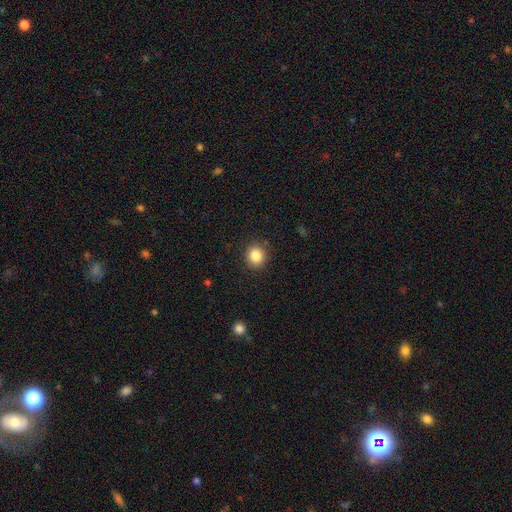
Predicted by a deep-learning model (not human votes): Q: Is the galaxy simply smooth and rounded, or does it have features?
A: smooth — 85%.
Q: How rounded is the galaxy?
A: round — 83%.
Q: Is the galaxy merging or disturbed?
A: none — 89%.